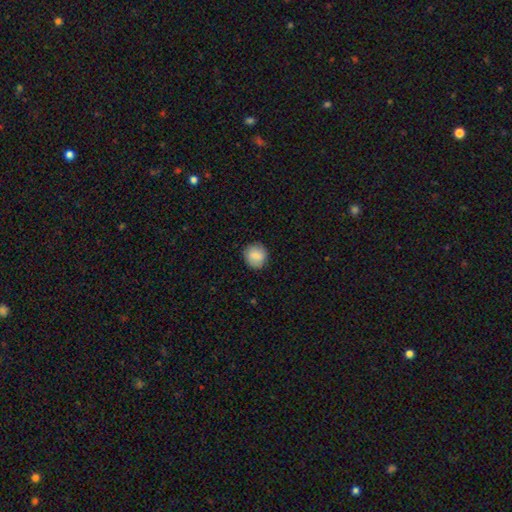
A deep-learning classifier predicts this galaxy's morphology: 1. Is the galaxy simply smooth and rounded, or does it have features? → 82% smooth, 10% featured or disk, 7% star or artifact.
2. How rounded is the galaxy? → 88% round, 11% in between, 1% cigar-shaped.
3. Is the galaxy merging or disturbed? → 87% none, 10% minor disturbance, 2% major disturbance, 1% merger.